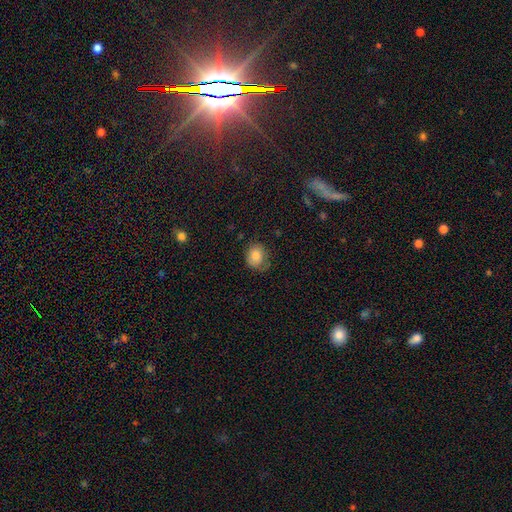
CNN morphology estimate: The model was most divided on "how rounded": round: 60%, in between: 39%, cigar-shaped: 1%. More confident: smooth or featured — smooth (83%); merging — none (63%).